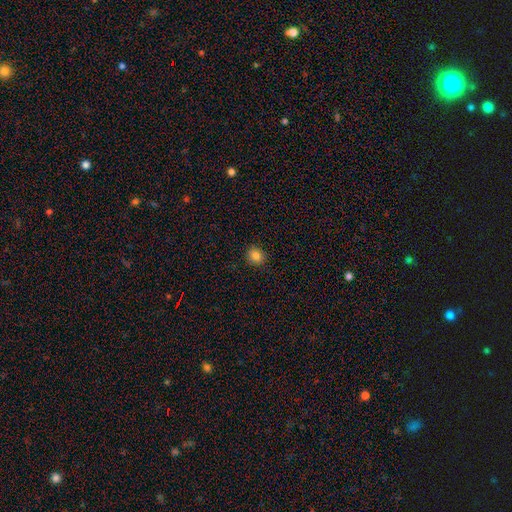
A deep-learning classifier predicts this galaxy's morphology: This is clearly a smooth galaxy (82%). How rounded: clearly round (84%). Merging: clearly none (91%).